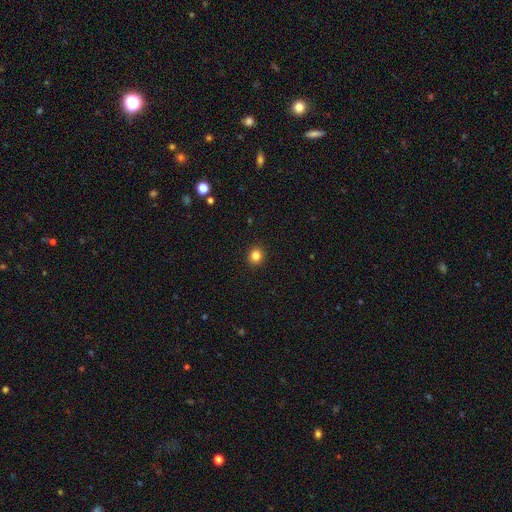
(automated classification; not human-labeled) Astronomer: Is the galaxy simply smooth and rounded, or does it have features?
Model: smooth — 84%.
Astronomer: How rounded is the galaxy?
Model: round — 81%.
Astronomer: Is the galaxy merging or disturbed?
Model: none — 92%.